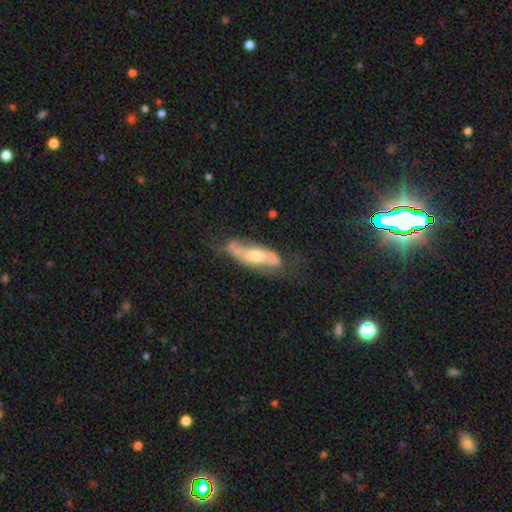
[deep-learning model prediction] This appears to be a featured or disk galaxy (66%). Merging: none (55%).